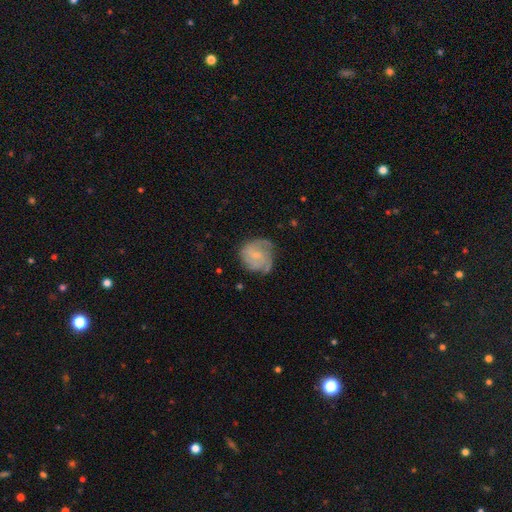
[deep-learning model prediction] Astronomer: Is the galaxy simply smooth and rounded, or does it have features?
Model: featured or disk — 63%.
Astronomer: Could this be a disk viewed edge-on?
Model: no — 98%.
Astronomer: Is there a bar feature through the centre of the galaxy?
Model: no — 54% (runner-up: weak, 40%).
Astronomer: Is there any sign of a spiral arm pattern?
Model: yes — 85%.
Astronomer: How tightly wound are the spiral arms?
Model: tight — 44% (runner-up: medium, 40%).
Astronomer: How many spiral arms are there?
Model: can't tell — 34% (runner-up: 3, 28%).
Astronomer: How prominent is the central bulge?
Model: small — 56%.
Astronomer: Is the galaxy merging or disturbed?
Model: none — 59%.